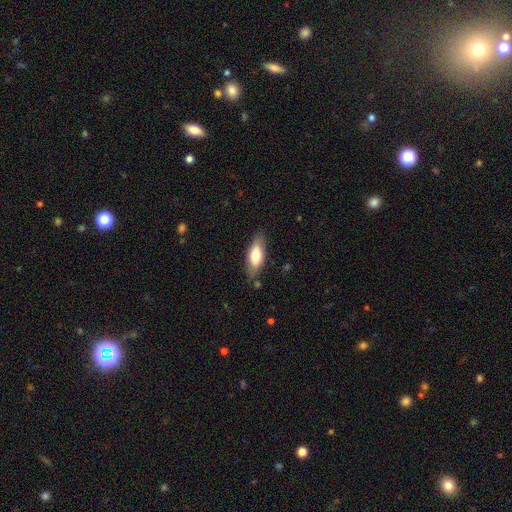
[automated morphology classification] The model was most divided on "smooth or featured": smooth: 69%, featured or disk: 25%, star or artifact: 6%. More confident: merging — none (81%); how rounded — in between (73%).